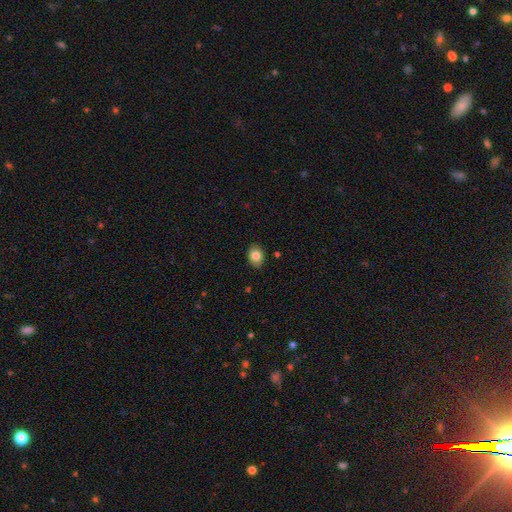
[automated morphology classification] type=smooth (82%); roundness=in between (63%); merging=none (87%).